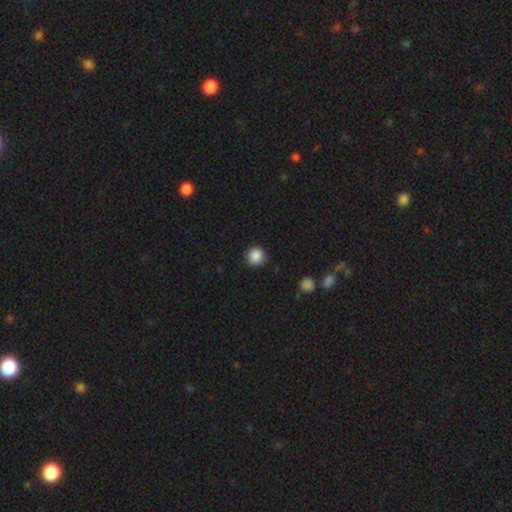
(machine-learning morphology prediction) Smooth or featured? smooth (88%)
How rounded? round (94%)
Merging? none (91%)